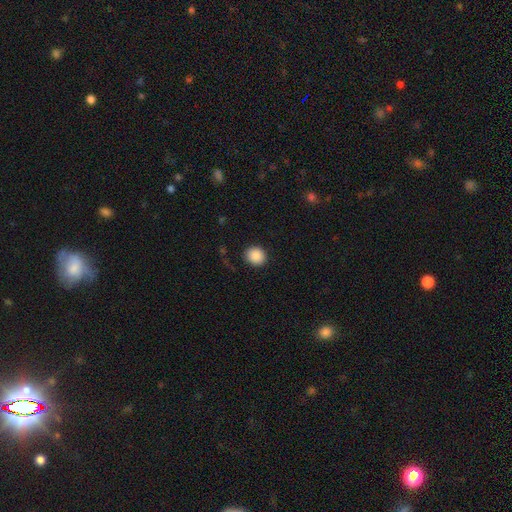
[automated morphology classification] Smooth or featured: smooth — 89% (star or artifact — 8%)
How rounded: round — 79% (in between — 20%)
Merging: none — 89% (minor disturbance — 7%)